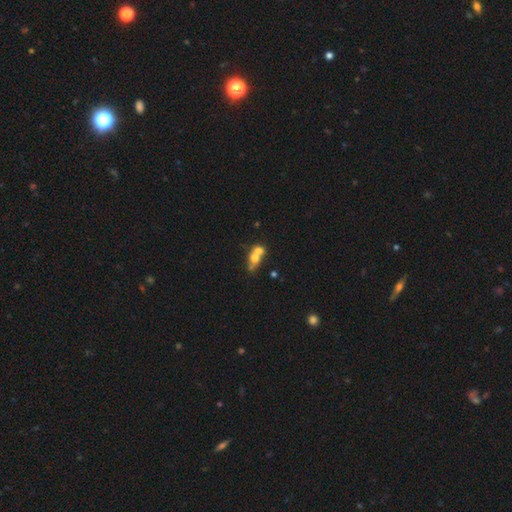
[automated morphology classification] A smooth galaxy with no disk features (62%) that is round (55%).

Vote fractions:
- Smooth or featured? smooth: 62% / featured or disk: 27% / star or artifact: 12%
- How rounded? round: 55% / in between: 41% / cigar-shaped: 4%
- Merging? merger: 66% / none: 23% / minor disturbance: 7% / major disturbance: 4%